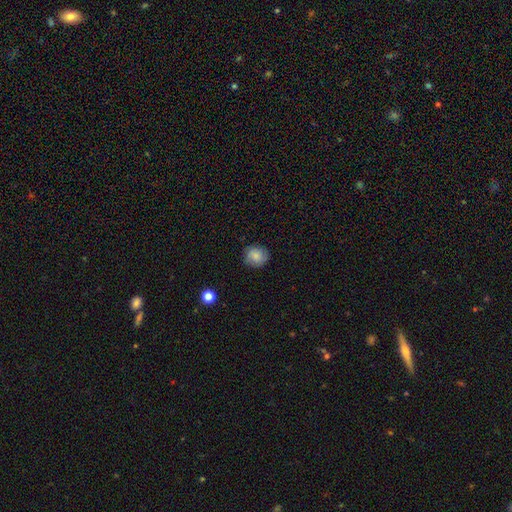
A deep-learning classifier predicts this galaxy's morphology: smooth-or-featured: smooth: 73% | featured or disk: 18% | star or artifact: 9%
  how-rounded: round: 81% | in between: 18% | cigar-shaped: 1%
  merging: none: 80% | minor disturbance: 15% | major disturbance: 4% | merger: 1%